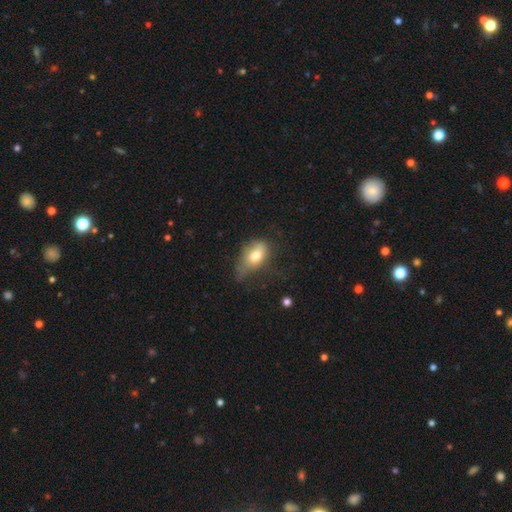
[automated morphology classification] Smooth or featured?
  - smooth: 74% *
  - featured or disk: 17%
  - star or artifact: 9%
How rounded?
  - in between: 85% *
  - round: 12%
  - cigar-shaped: 3%
Merging?
  - minor disturbance: 39% *
  - none: 31%
  - major disturbance: 27%
  - merger: 3%